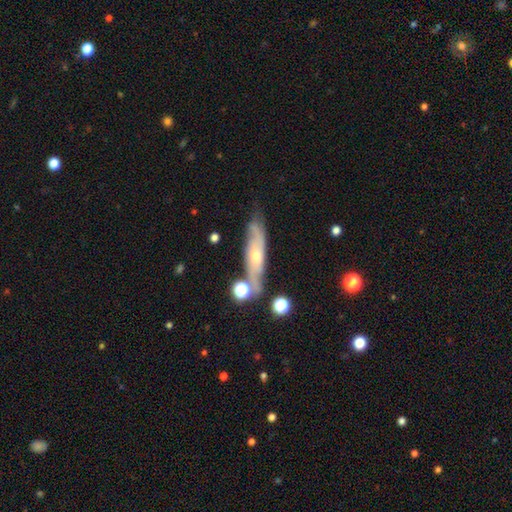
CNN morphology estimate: A featured or disk galaxy (63%). Merging: none (65%).